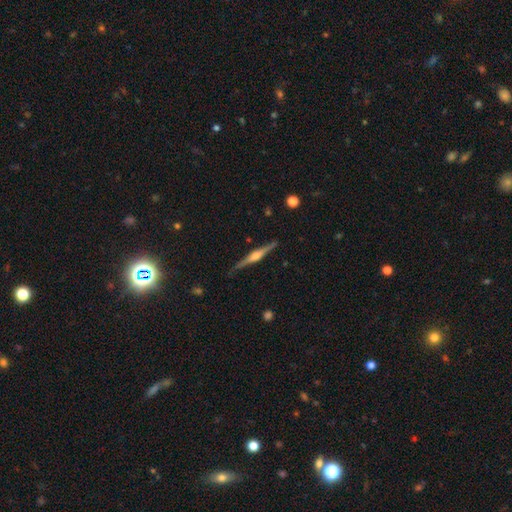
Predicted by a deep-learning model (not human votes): Morphology: type=featured or disk (81%); edge-on=yes (98%); edge-on bulge=rounded (83%); merging=none (88%).